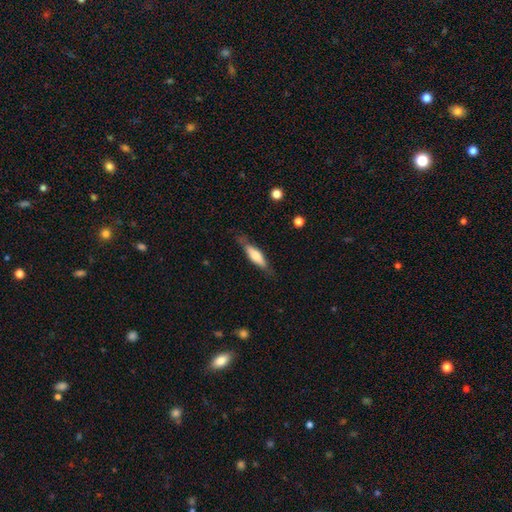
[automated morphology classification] A smooth galaxy with no disk features (58%) that is cigar-shaped (61%). Merging: none (74%).